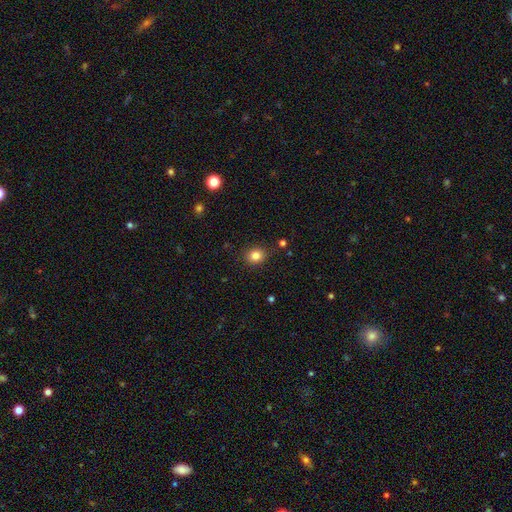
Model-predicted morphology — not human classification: type=smooth (83%); roundness=round (76%); merging=none (86%).